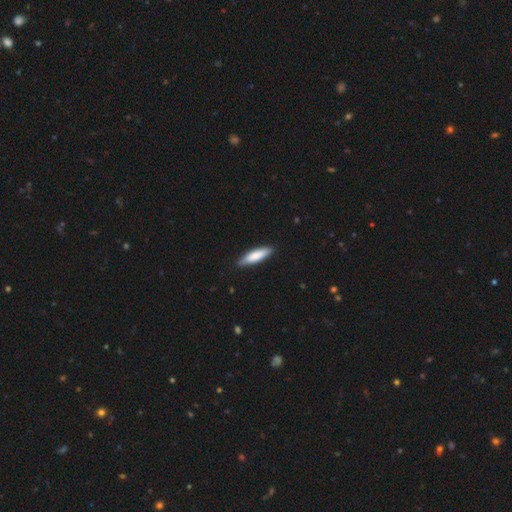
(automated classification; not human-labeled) smooth 79%, featured or disk 16%, star or artifact 5%. Down the decision tree: how rounded — cigar-shaped (70%); merging — none (87%).